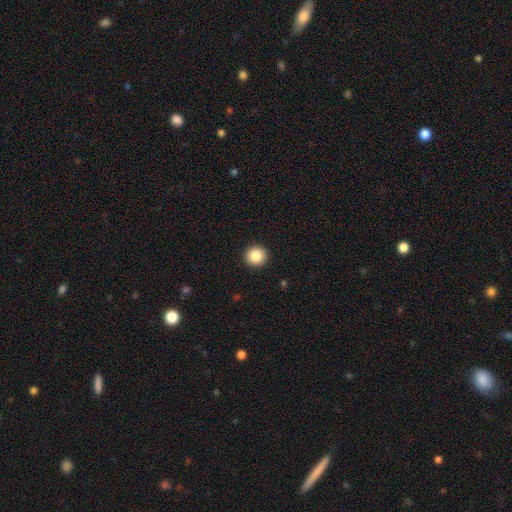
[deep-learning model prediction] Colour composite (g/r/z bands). It shows a smooth galaxy with no disk features (86%) that is round (95%). Merging: none (93%).